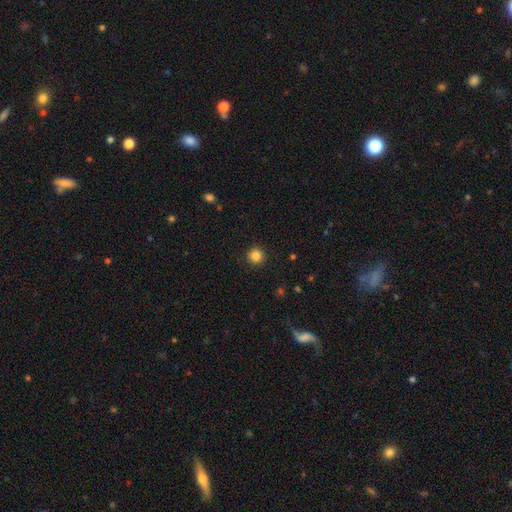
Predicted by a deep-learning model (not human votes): This is clearly a smooth galaxy (84%). How rounded: clearly round (95%). Merging: clearly none (92%).